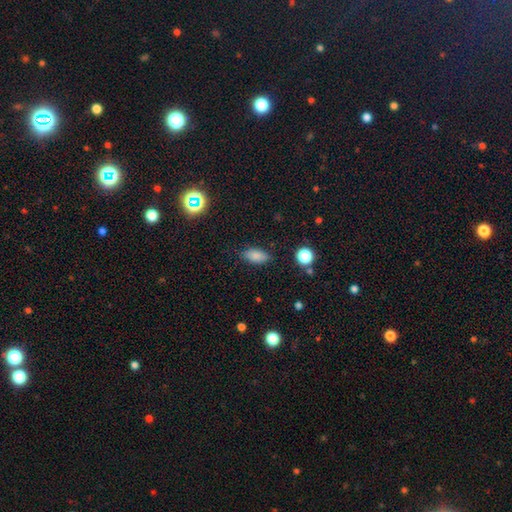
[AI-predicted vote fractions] Smooth or featured? Predicted: smooth (p=0.83). How rounded? Predicted: in between (p=0.89). Merging? Predicted: none (p=0.83).